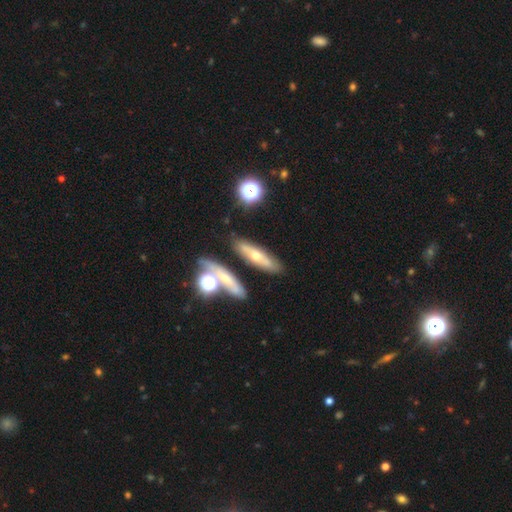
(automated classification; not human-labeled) A featured or disk galaxy (49%). Merging: none (76%).